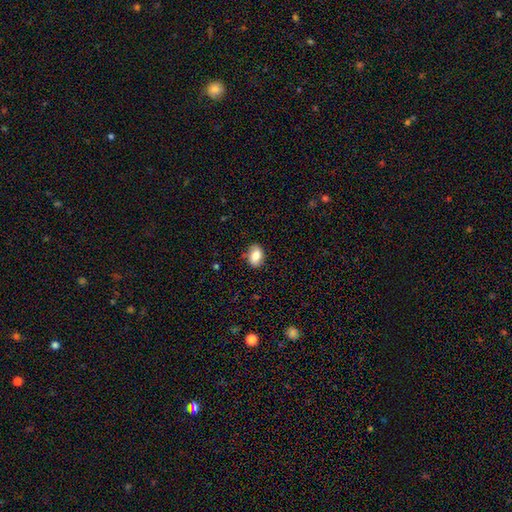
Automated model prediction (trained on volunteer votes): smooth 78%, featured or disk 14%, star or artifact 8%. Down the decision tree: how rounded — in between (80%); merging — none (79%).